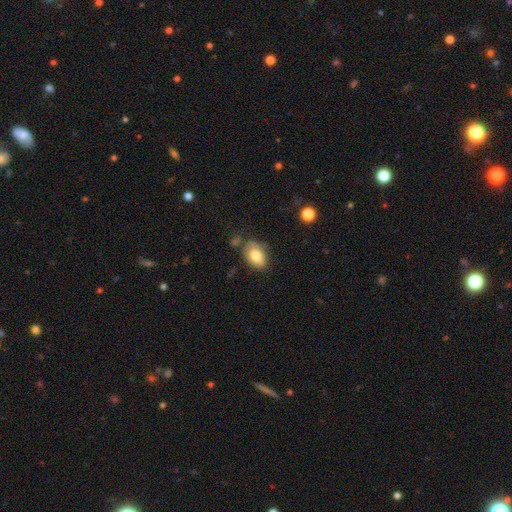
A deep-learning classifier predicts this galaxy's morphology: Overall: smooth (75%). How rounded: in between (88%). Merging: none (58%; minor disturbance 27%).